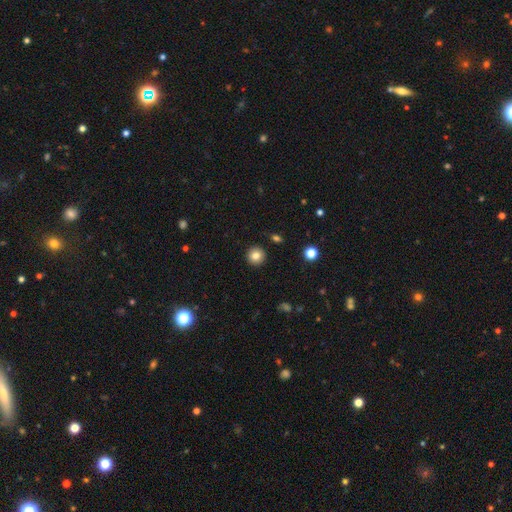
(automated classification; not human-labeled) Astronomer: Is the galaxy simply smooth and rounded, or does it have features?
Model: smooth — 83%.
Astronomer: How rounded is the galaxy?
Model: round — 95%.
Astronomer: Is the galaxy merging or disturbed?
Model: none — 92%.